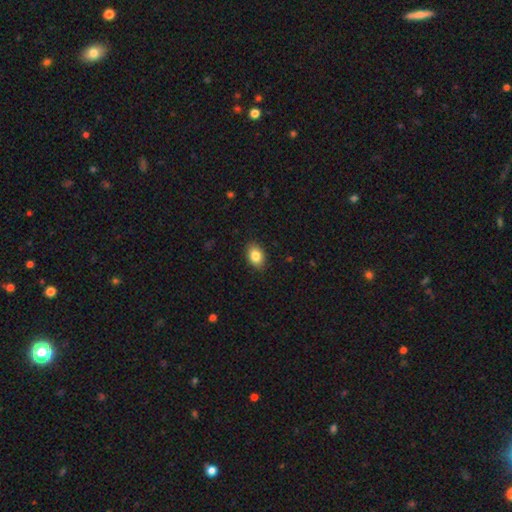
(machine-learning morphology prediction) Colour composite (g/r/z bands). It shows a smooth galaxy with no disk features (84%) that is in between round and cigar-shaped (84%). Merging: none (88%).